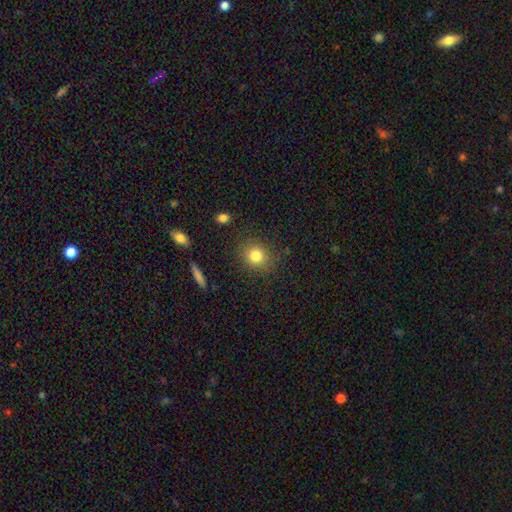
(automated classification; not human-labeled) Smooth or featured?
  - smooth: 82% *
  - star or artifact: 11%
  - featured or disk: 7%
How rounded?
  - round: 82% *
  - in between: 17%
  - cigar-shaped: 1%
Merging?
  - none: 85% *
  - minor disturbance: 10%
  - major disturbance: 3%
  - merger: 2%